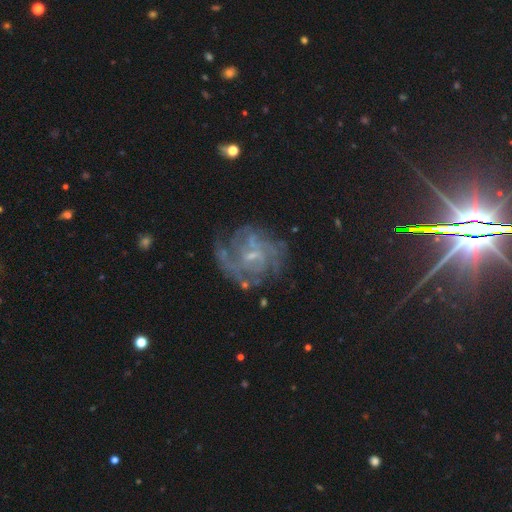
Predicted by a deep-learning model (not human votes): This is likely a featured or disk galaxy (67%). It is clearly not viewed edge-on (96%). Bar: possibly no (56%). Spiral arm pattern: clearly yes (88%). Spiral arm count: marginally can't tell (42%). Spiral winding: possibly tight (51%). Central bulge: likely small (74%). Merging: likely none (70%).